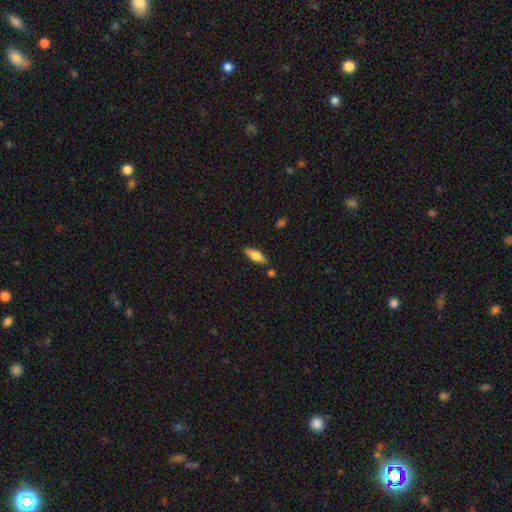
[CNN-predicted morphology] Smooth or featured? smooth (63%)
How rounded? in between (61%)
Merging? none (82%)